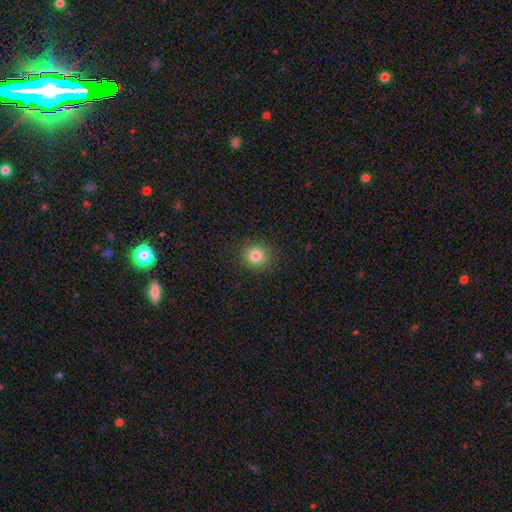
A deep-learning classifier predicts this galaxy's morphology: type=smooth (82%); roundness=round (87%); merging=none (90%).